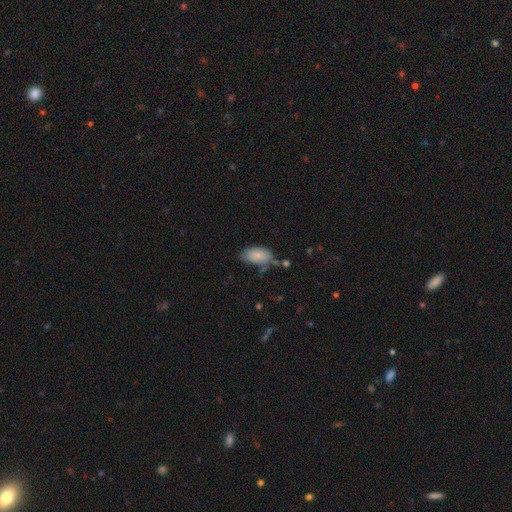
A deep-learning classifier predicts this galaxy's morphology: type=smooth (85%); roundness=in between (94%); merging=none (60%).